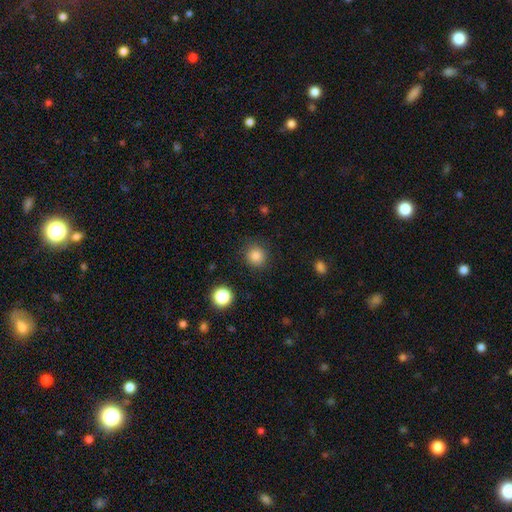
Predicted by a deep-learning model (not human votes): Smooth or featured? smooth (84%)
How rounded? round (91%)
Merging? none (87%)